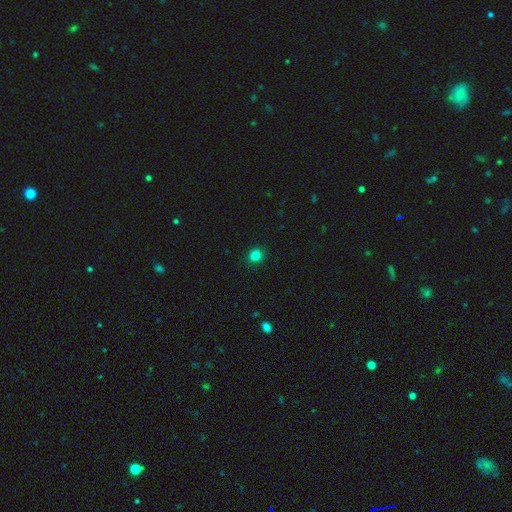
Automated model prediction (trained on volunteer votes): smooth_or_featured: smooth (p=0.83) [alt: star or artifact p=0.13]
how_rounded: round (p=0.88) [alt: in between p=0.11]
merging: none (p=0.92) [alt: minor disturbance p=0.05]